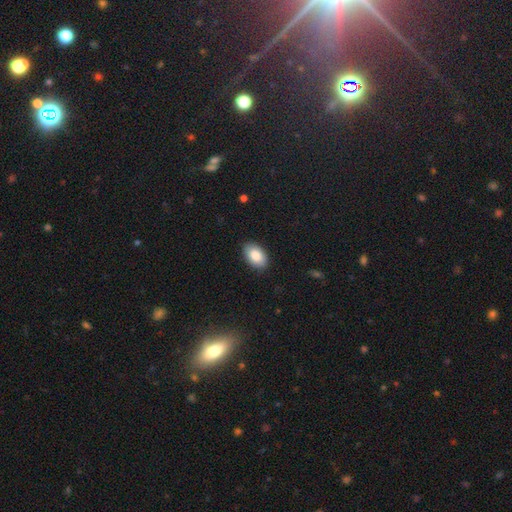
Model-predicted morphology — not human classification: A smooth galaxy with no disk features (85%) that is in between round and cigar-shaped (91%). Merging: none (87%).